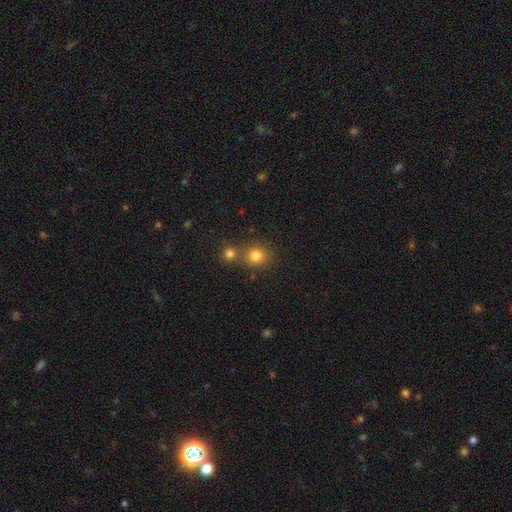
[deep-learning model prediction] smooth_or_featured: smooth (p=0.80) [alt: star or artifact p=0.14]
how_rounded: round (p=0.86) [alt: in between p=0.13]
merging: none (p=0.59) [alt: merger p=0.31]